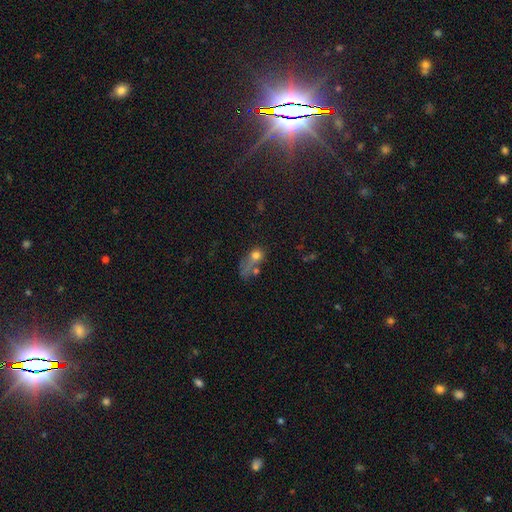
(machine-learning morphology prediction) Overall: smooth (64%). How rounded: round (50%; in between 45%). Merging: major disturbance (32%; merger 29%).